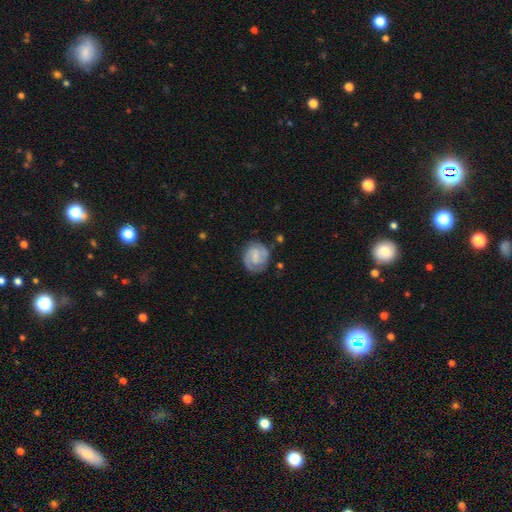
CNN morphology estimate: A featured or disk galaxy (76%) with a weak bar (50%), 2 (82%) tight (49%) spiral arms (95%) and a small central bulge (49%).

Vote fractions:
- Smooth or featured? featured or disk: 76% / smooth: 19% / star or artifact: 6%
- Edge-on disk? no: 98% / yes: 2%
- Bar? weak: 50% / no: 36% / strong: 13%
- Spiral arms? yes: 95% / no: 5%
- Spiral winding? tight: 49% / medium: 41% / loose: 10%
- Spiral arm count? 2: 82% / can't tell: 8% / 3: 4% / 1: 3% / 4: 1% / more than 4: 1%
- Bulge size? small: 49% / none: 26% / moderate: 21% / large: 2% / dominant: 1%
- Merging? none: 77% / minor disturbance: 15% / major disturbance: 5% / merger: 2%